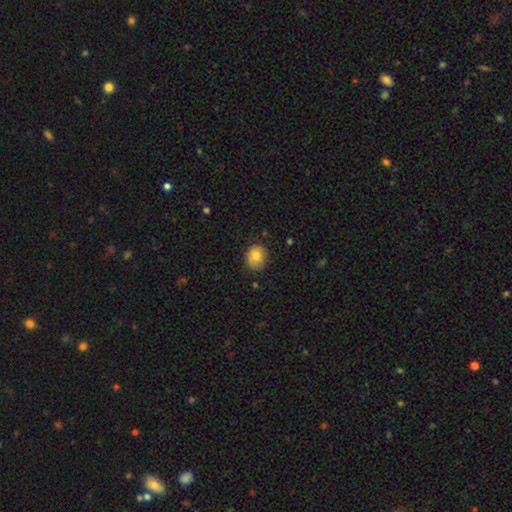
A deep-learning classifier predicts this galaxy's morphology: This is clearly a smooth galaxy (82%). How rounded: likely round (60%). Merging: likely none (76%).